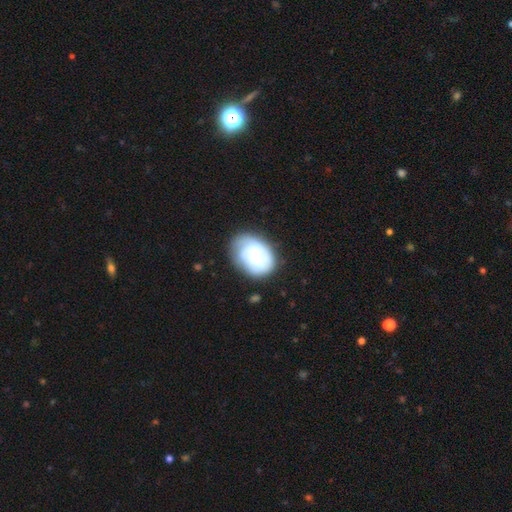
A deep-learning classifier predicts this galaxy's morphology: Smooth or featured? Predicted: featured or disk (p=0.55). Edge-on disk? Predicted: no (p=0.96). Bar? Predicted: no (p=0.70). Spiral arms? Predicted: yes (p=0.74). Bulge size? Predicted: moderate (p=0.60). Merging? Predicted: none (p=0.66).